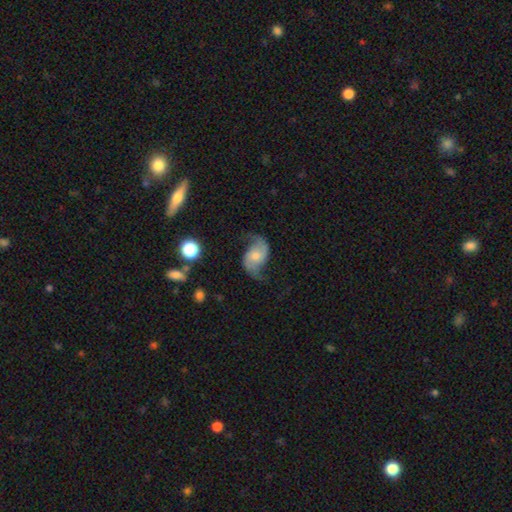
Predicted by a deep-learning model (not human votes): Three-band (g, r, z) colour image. It shows a featured or disk galaxy (84%) with no bar (55%), 2 (93%) loose (70%) spiral arms (96%) and a moderate central bulge (49%). Merging: none (70%).